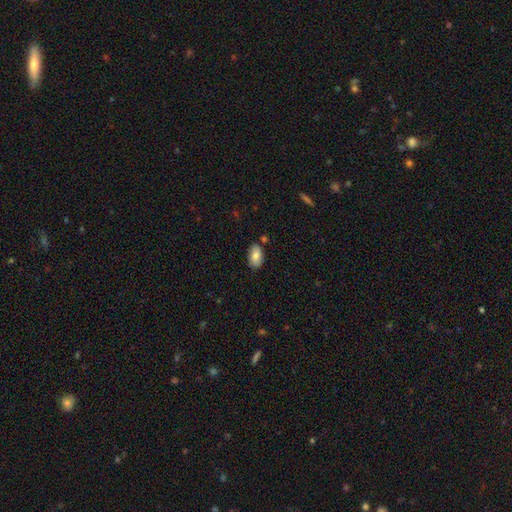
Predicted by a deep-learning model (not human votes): The model was most divided on "merging": none: 79%, minor disturbance: 15%, merger: 4%, major disturbance: 2%. More confident: how rounded — in between (93%); smooth or featured — smooth (81%).